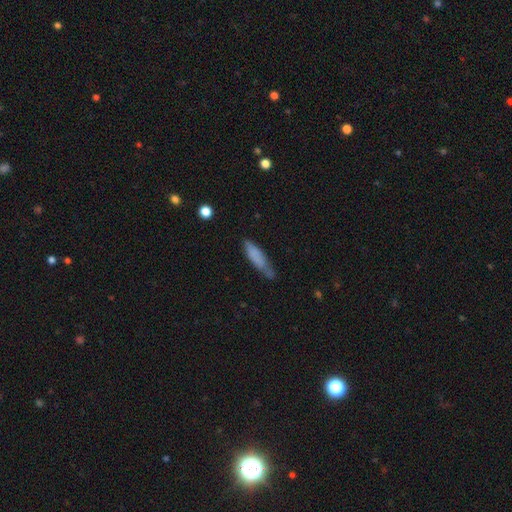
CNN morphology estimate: This appears to be a smooth galaxy with no disk features (76%) that is cigar-shaped (72%). Merging: none (60%).